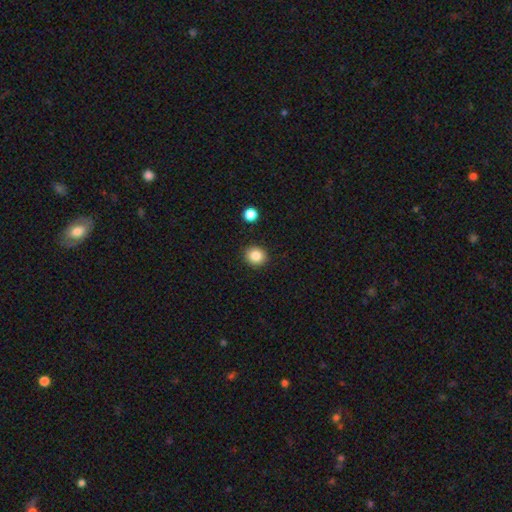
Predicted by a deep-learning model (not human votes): The model was most divided on "how rounded": round: 86%, in between: 13%, cigar-shaped: 1%. More confident: merging — none (90%); smooth or featured — smooth (85%).